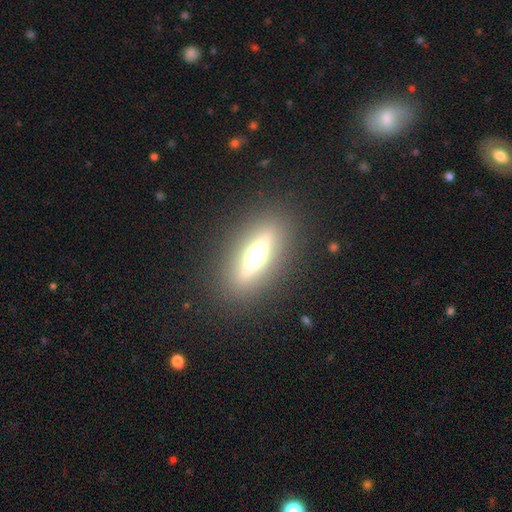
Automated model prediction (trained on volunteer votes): Smooth or featured?
  - featured or disk: 61% *
  - smooth: 26%
  - star or artifact: 13%
Edge-on disk?
  - yes: 87% *
  - no: 13%
Edge-on bulge?
  - rounded: 95% *
  - boxy: 4%
  - none: 1%
Merging?
  - none: 88% *
  - minor disturbance: 7%
  - major disturbance: 4%
  - merger: 1%